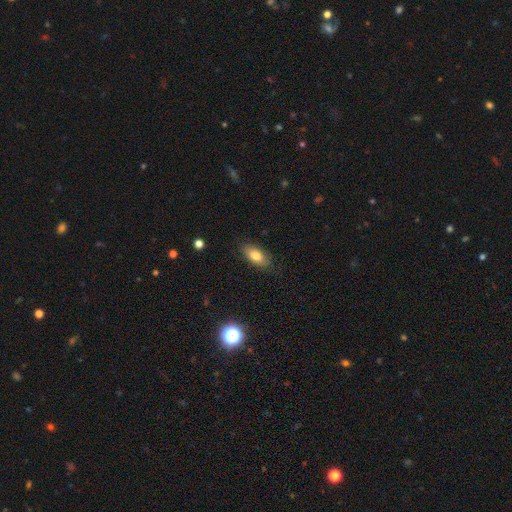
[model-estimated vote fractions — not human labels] This is likely a smooth galaxy (79%). How rounded: clearly in between (88%). Merging: clearly none (84%).